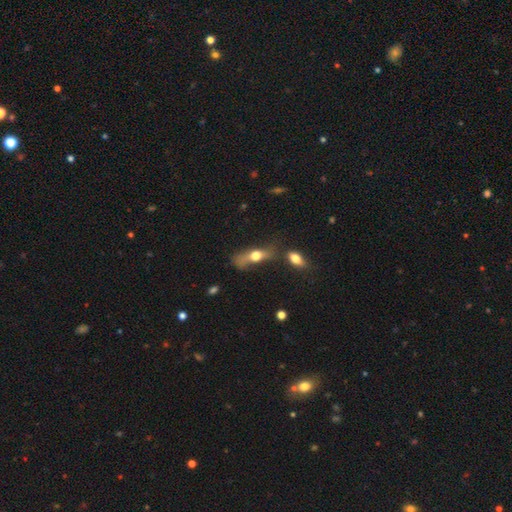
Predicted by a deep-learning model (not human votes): Morphology: type=smooth (50%); merging=none (43%).